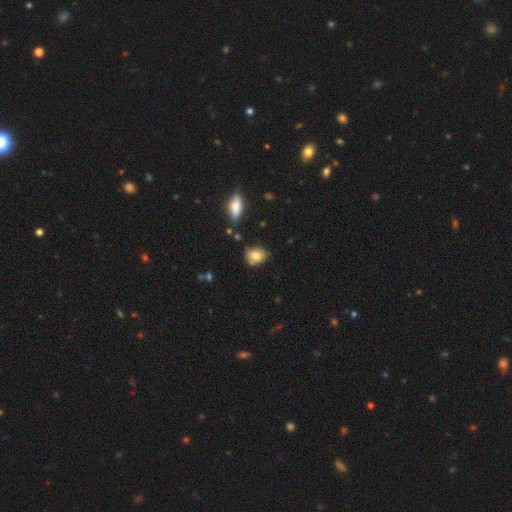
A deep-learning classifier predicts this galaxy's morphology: A smooth galaxy with no disk features (77%) that is in between round and cigar-shaped (52%).

Vote fractions:
- Smooth or featured? smooth: 77% / featured or disk: 14% / star or artifact: 9%
- How rounded? in between: 52% / round: 46% / cigar-shaped: 2%
- Merging? none: 61% / minor disturbance: 27% / merger: 6% / major disturbance: 6%